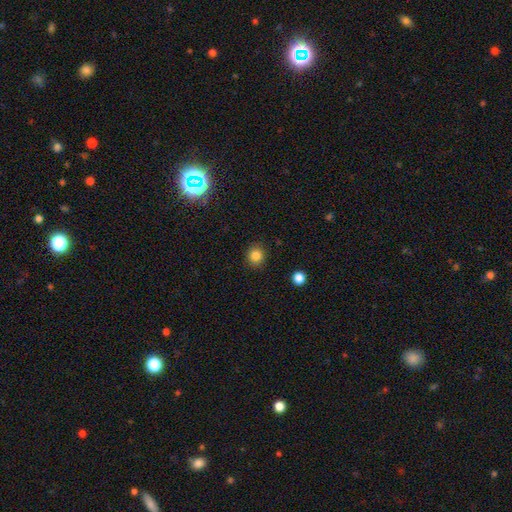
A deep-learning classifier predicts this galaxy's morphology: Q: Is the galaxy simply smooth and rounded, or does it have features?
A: smooth — 84%.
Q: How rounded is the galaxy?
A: round — 88%.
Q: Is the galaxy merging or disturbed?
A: none — 90%.